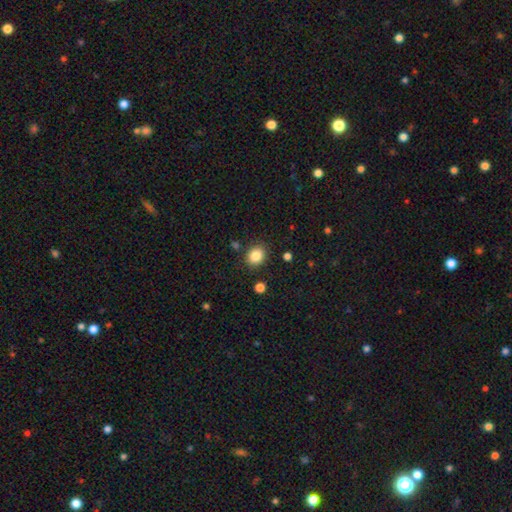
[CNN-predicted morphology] type=smooth (86%); roundness=round (61%); merging=none (85%).